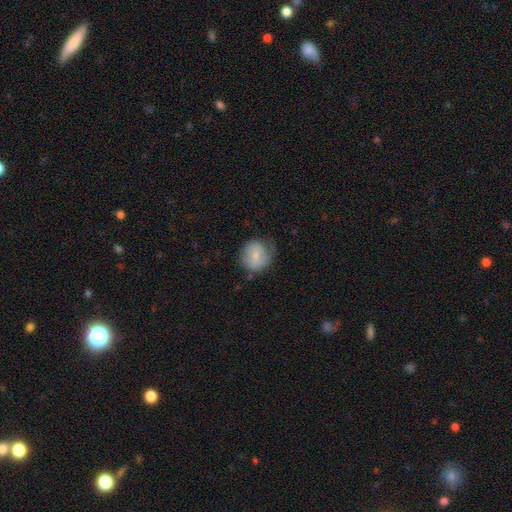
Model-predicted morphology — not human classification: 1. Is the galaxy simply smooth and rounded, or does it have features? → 66% smooth, 27% featured or disk, 7% star or artifact.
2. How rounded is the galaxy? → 82% round, 17% in between, 1% cigar-shaped.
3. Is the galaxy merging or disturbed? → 57% none, 29% minor disturbance, 12% major disturbance, 2% merger.